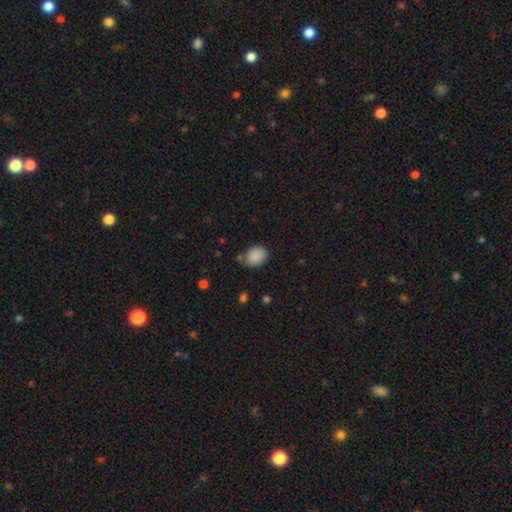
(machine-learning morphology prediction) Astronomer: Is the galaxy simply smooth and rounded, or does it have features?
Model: smooth — 88%.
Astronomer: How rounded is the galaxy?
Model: in between — 64%.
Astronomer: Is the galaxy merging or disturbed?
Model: none — 71%.